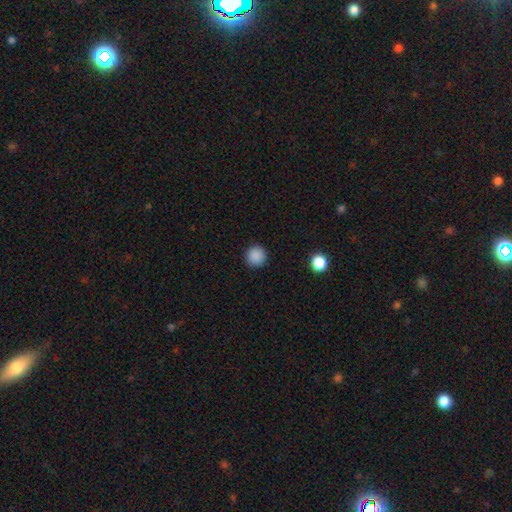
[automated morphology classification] A smooth galaxy with no disk features (88%) that is round (95%).

Vote fractions:
- Smooth or featured? smooth: 88% / star or artifact: 10% / featured or disk: 2%
- How rounded? round: 95% / in between: 4% / cigar-shaped: 1%
- Merging? none: 92% / minor disturbance: 5% / major disturbance: 2% / merger: 1%